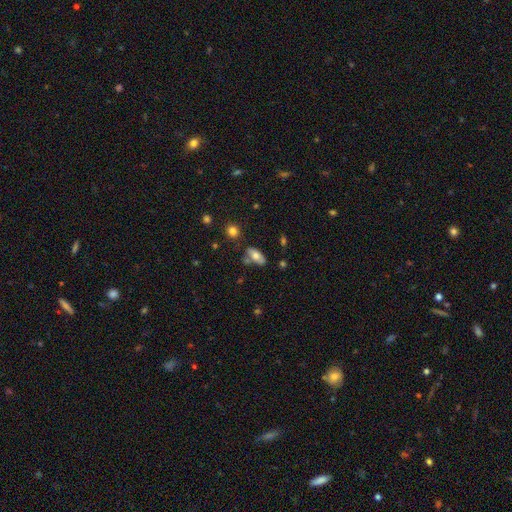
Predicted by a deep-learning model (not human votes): Smooth or featured? Predicted: smooth (p=0.69). How rounded? Predicted: in between (p=0.88). Merging? Predicted: none (p=0.66).